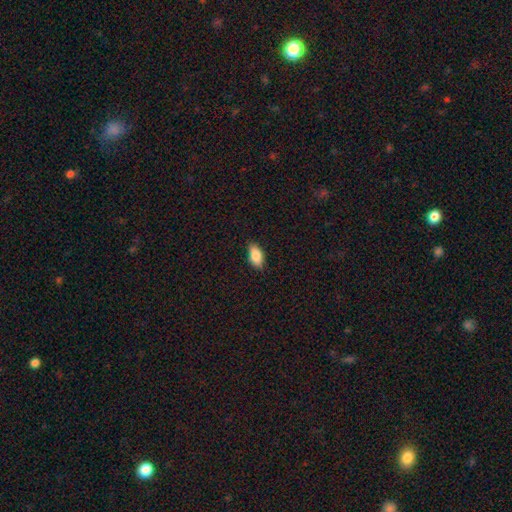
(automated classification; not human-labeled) smooth-or-featured: smooth: 84% | featured or disk: 9% | star or artifact: 7%
  how-rounded: in between: 89% | cigar-shaped: 7% | round: 4%
  merging: none: 87% | minor disturbance: 10% | major disturbance: 2% | merger: 1%